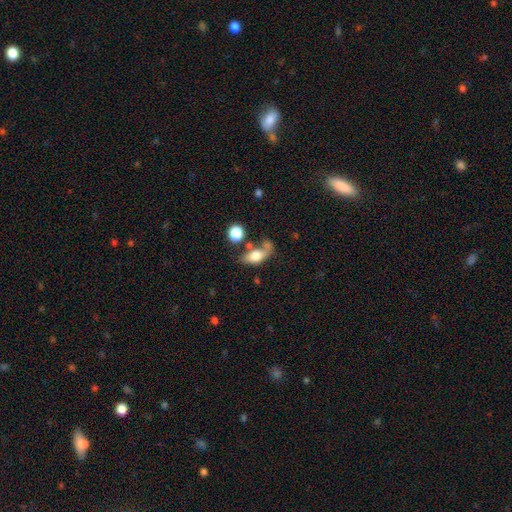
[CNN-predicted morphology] smooth-or-featured: smooth: 64% | featured or disk: 27% | star or artifact: 9%
  how-rounded: in between: 75% | round: 14% | cigar-shaped: 11%
  merging: none: 35% | merger: 26% | minor disturbance: 20% | major disturbance: 19%